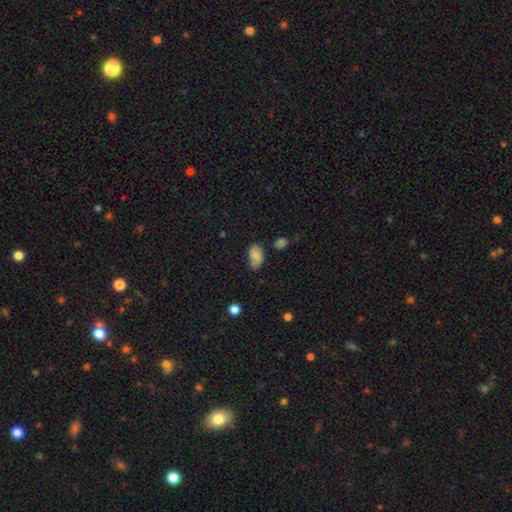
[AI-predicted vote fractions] Smooth or featured?
  - smooth: 82% *
  - featured or disk: 10%
  - star or artifact: 9%
How rounded?
  - in between: 92% *
  - round: 6%
  - cigar-shaped: 2%
Merging?
  - none: 55% *
  - minor disturbance: 34%
  - major disturbance: 7%
  - merger: 3%